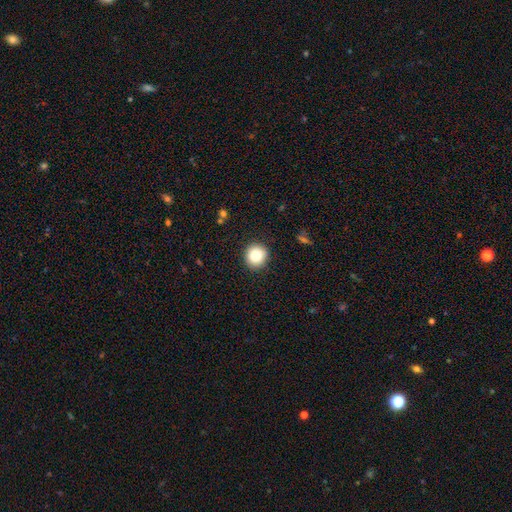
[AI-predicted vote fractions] Q: Smooth or featured?
A: smooth (80%); runner-up: star or artifact (10%)
Q: How rounded?
A: round (92%); runner-up: in between (7%)
Q: Merging?
A: none (91%); runner-up: minor disturbance (6%)